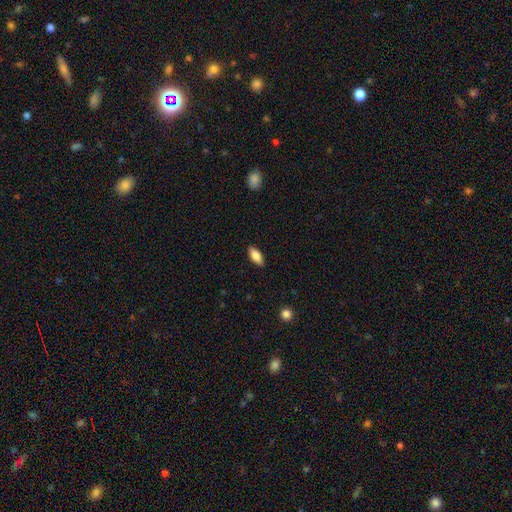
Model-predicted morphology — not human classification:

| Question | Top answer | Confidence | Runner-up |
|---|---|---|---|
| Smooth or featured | smooth | 80% | featured or disk (14%) |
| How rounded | in between | 83% | cigar-shaped (14%) |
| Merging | none | 88% | minor disturbance (9%) |